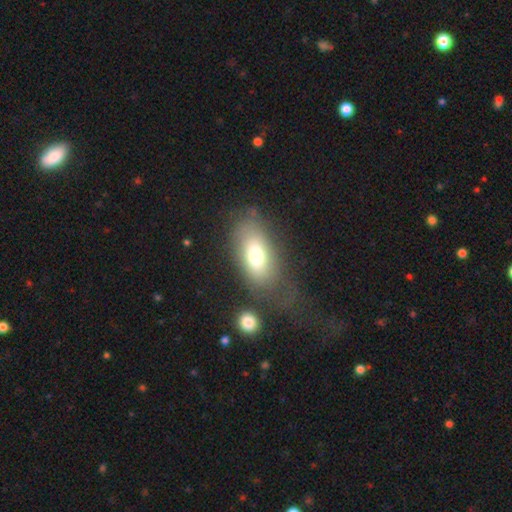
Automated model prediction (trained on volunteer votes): A smooth galaxy with no disk features (70%) that is in between round and cigar-shaped (89%). Merging: none (51%).